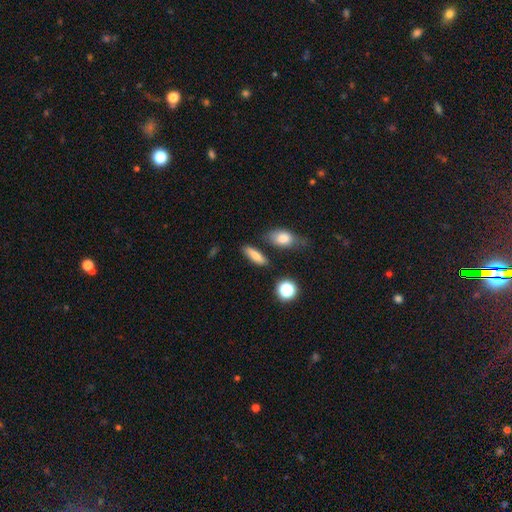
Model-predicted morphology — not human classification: Smooth or featured? smooth (79%)
How rounded? in between (51%)
Merging? none (77%)